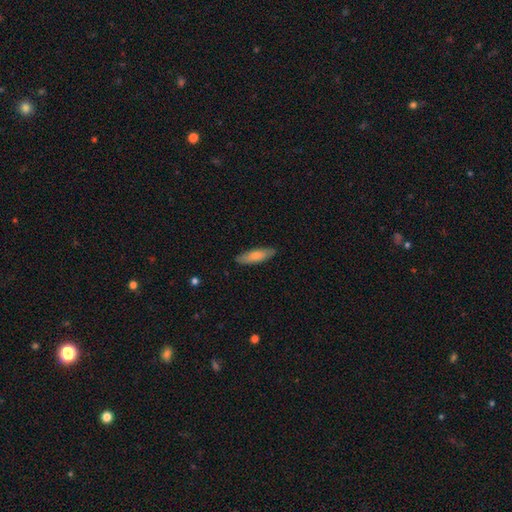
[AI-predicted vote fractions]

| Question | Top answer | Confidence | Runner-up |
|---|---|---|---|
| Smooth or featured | smooth | 76% | featured or disk (19%) |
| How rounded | cigar-shaped | 54% | in between (44%) |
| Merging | none | 85% | minor disturbance (12%) |